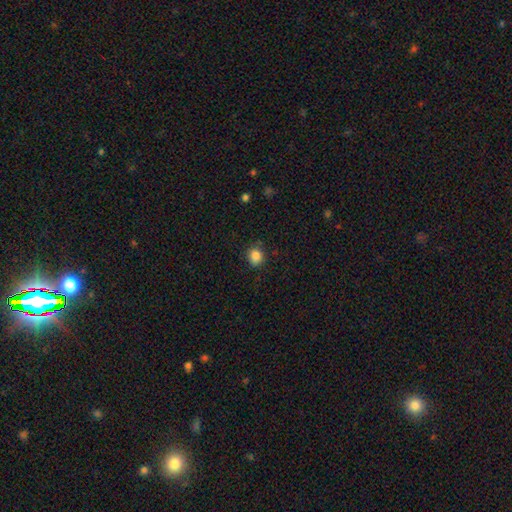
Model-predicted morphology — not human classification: Smooth or featured: smooth — 86% (star or artifact — 11%)
How rounded: round — 76% (in between — 23%)
Merging: none — 84% (minor disturbance — 12%)